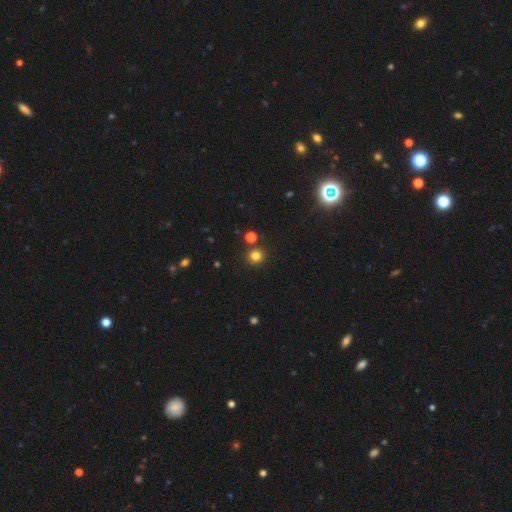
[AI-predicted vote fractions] Smooth or featured? smooth (80%)
How rounded? round (93%)
Merging? none (86%)